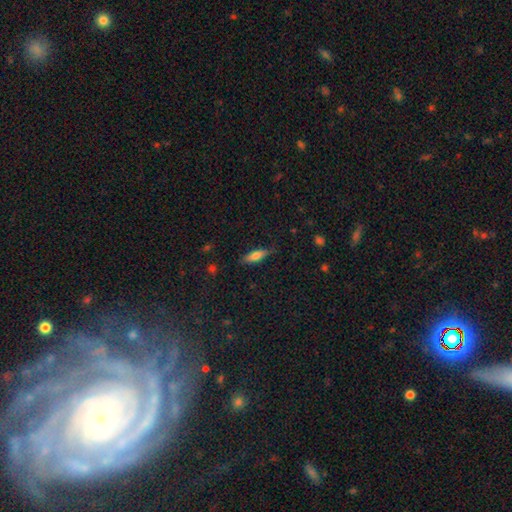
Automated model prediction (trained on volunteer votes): smooth 68%, featured or disk 25%, star or artifact 7%. Down the decision tree: how rounded — cigar-shaped (49%); merging — none (80%).